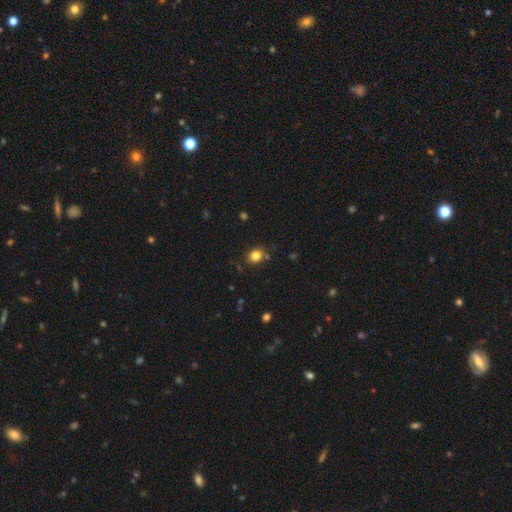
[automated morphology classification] Smooth or featured? Predicted: smooth (p=0.82). How rounded? Predicted: round (p=0.67). Merging? Predicted: none (p=0.82).